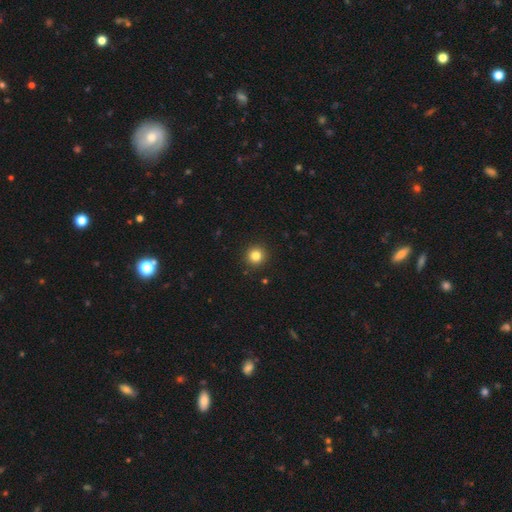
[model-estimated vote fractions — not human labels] Smooth or featured: smooth — 83% (star or artifact — 12%)
How rounded: round — 95% (in between — 4%)
Merging: none — 93% (minor disturbance — 5%)